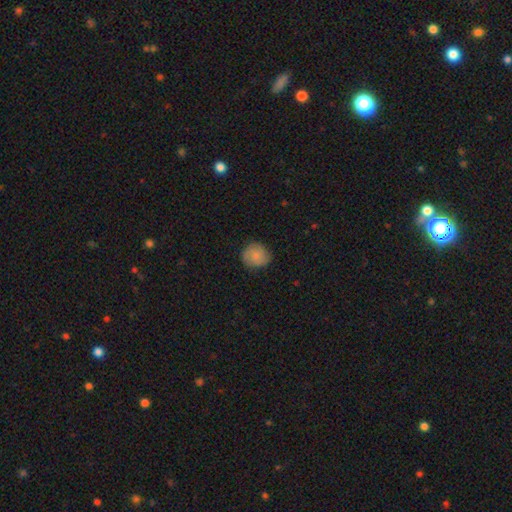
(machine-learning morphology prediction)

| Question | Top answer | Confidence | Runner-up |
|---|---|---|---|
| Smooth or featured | smooth | 77% | featured or disk (15%) |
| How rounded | round | 83% | in between (16%) |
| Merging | none | 79% | minor disturbance (17%) |